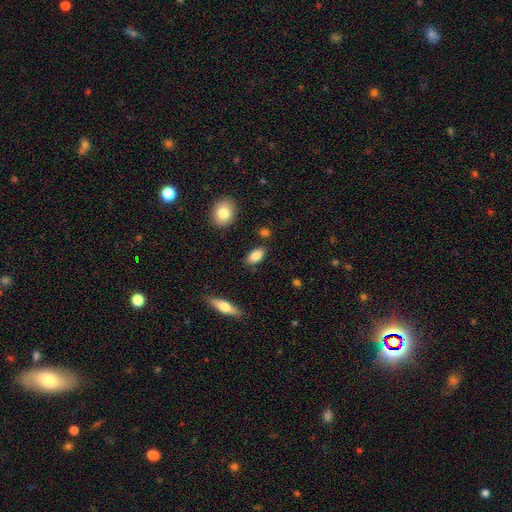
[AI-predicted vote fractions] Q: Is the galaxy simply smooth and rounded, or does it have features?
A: smooth — 85%.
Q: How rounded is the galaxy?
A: in between — 90%.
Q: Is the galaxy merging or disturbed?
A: none — 84%.